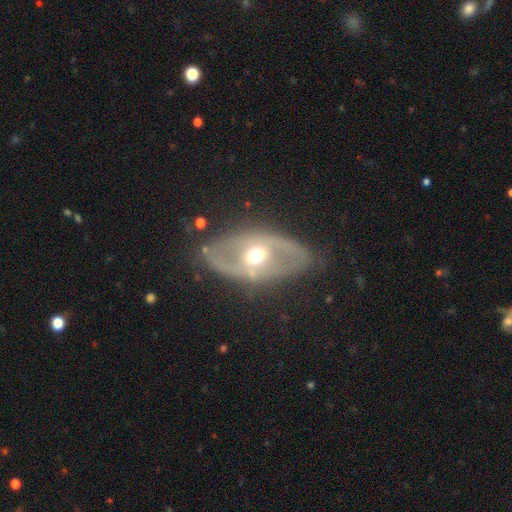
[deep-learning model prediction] Smooth or featured? Predicted: featured or disk (p=0.71). Edge-on disk? Predicted: no (p=0.89). Bar? Predicted: no (p=0.49). Spiral arms? Predicted: no (p=0.57). Bulge size? Predicted: moderate (p=0.73). Merging? Predicted: none (p=0.74).